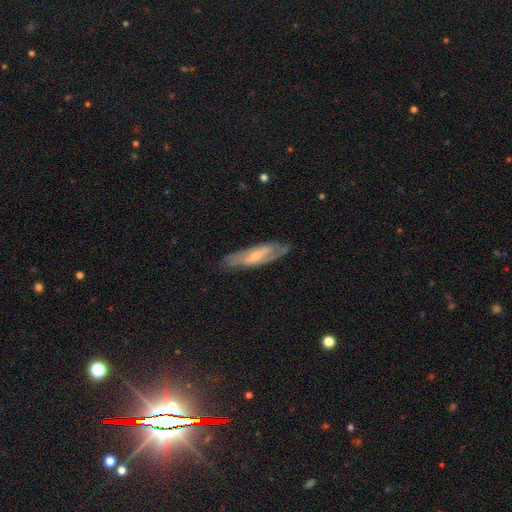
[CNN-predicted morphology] Smooth or featured?
  - featured or disk: 64% *
  - smooth: 30%
  - star or artifact: 6%
Edge-on disk?
  - no: 68% *
  - yes: 32%
Merging?
  - none: 75% *
  - minor disturbance: 18%
  - major disturbance: 5%
  - merger: 1%